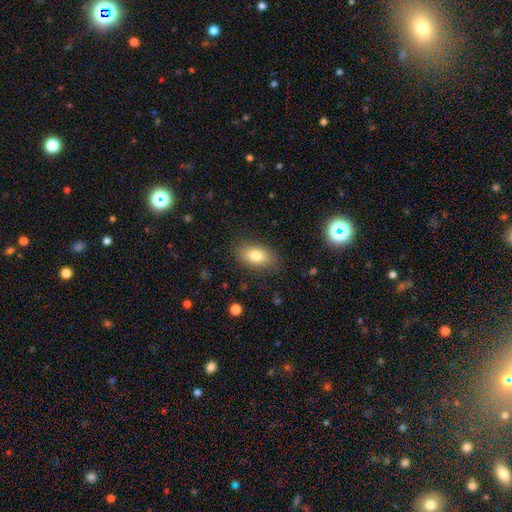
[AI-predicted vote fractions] The model was most divided on "smooth or featured": smooth: 80%, featured or disk: 12%, star or artifact: 8%. More confident: how rounded — in between (89%); merging — none (85%).